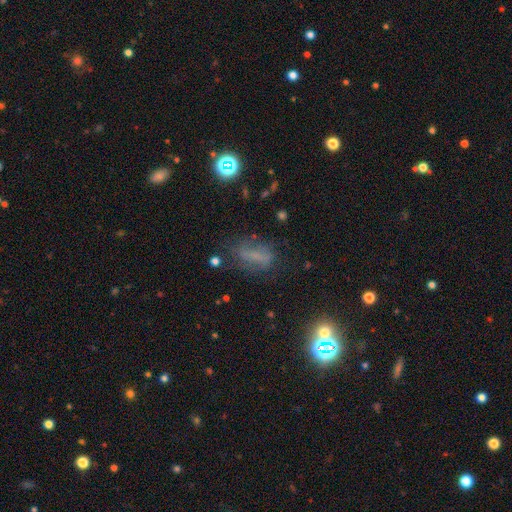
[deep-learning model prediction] smooth_or_featured: smooth (p=0.45) [alt: featured or disk p=0.31]
merging: none (p=0.59) [alt: minor disturbance p=0.23]